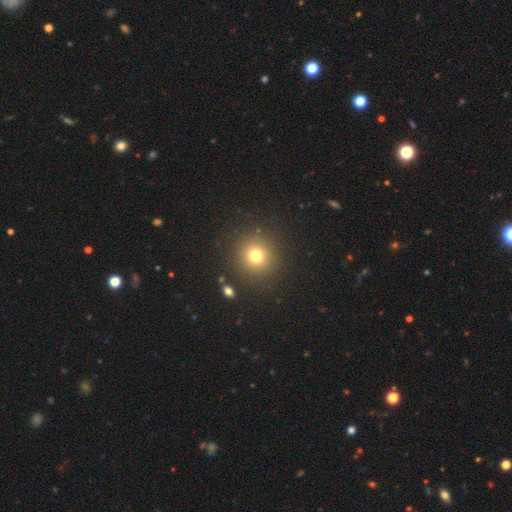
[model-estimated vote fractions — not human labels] Smooth or featured?
  - smooth: 74% *
  - star or artifact: 16%
  - featured or disk: 9%
How rounded?
  - round: 94% *
  - in between: 5%
  - cigar-shaped: 1%
Merging?
  - none: 89% *
  - minor disturbance: 6%
  - major disturbance: 3%
  - merger: 2%